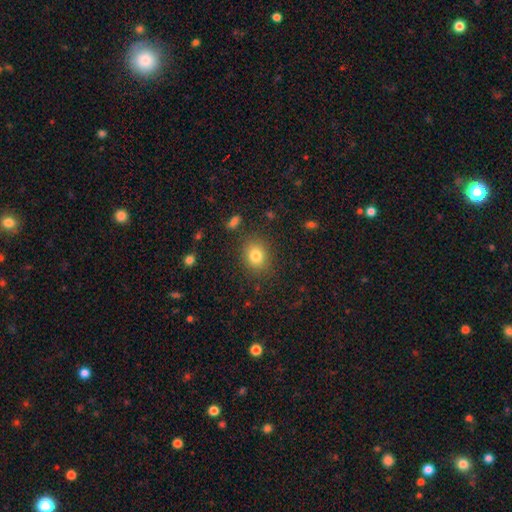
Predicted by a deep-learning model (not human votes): This appears to be a smooth galaxy with no disk features (80%) that is round (61%). Merging: none (85%).